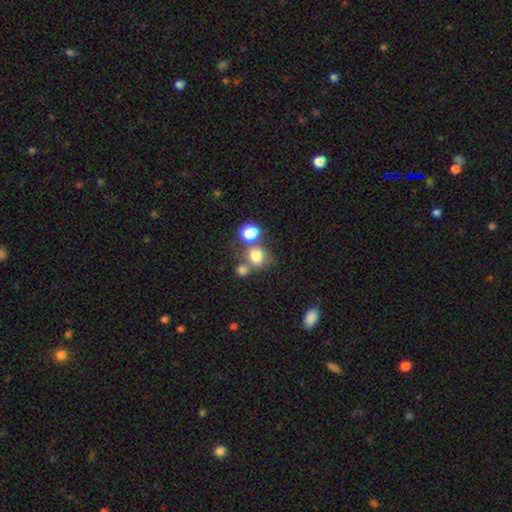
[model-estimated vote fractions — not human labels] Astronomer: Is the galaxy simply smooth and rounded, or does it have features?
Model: smooth — 76%.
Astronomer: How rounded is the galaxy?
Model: round — 70%.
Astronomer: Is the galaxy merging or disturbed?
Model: none — 50% (runner-up: merger, 32%).